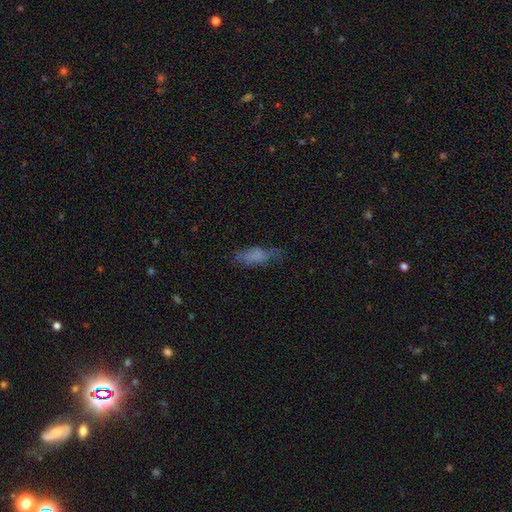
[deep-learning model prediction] smooth_or_featured: smooth (p=0.65) [alt: featured or disk p=0.23]
how_rounded: in between (p=0.65) [alt: cigar-shaped p=0.32]
merging: none (p=0.54) [alt: minor disturbance p=0.28]